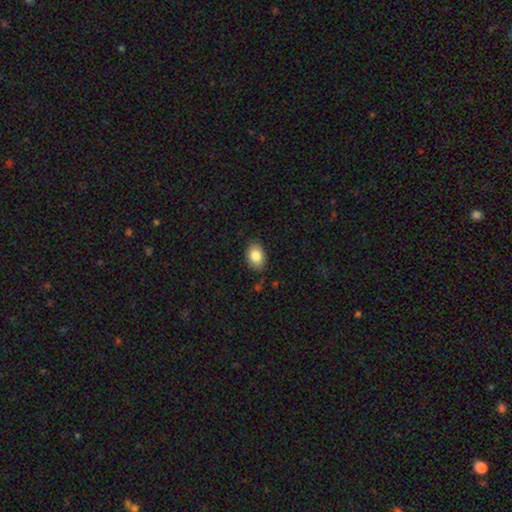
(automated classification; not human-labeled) Smooth or featured? Predicted: smooth (p=0.85). How rounded? Predicted: in between (p=0.80). Merging? Predicted: none (p=0.83).